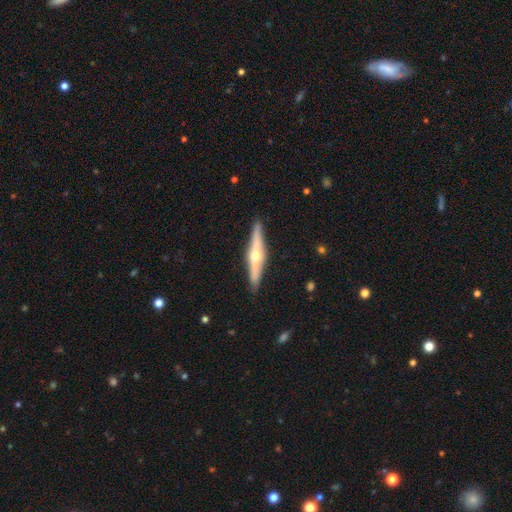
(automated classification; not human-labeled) This appears to be a featured or disk galaxy (73%) viewed edge-on (96%) with a rounded central bulge (92%). Merging: none (89%).